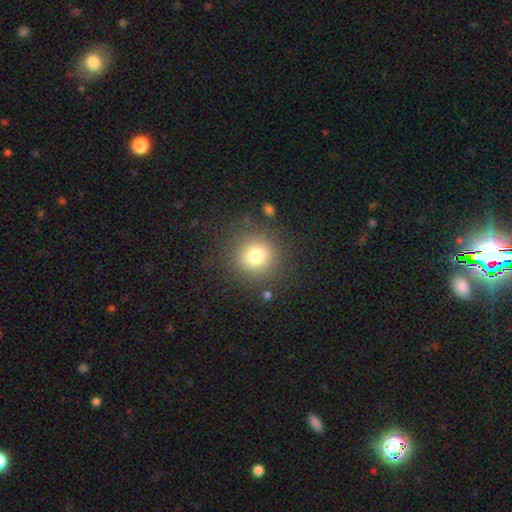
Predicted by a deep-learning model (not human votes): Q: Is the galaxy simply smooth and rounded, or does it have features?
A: smooth — 77%.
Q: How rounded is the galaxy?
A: round — 93%.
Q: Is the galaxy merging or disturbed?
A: none — 85%.